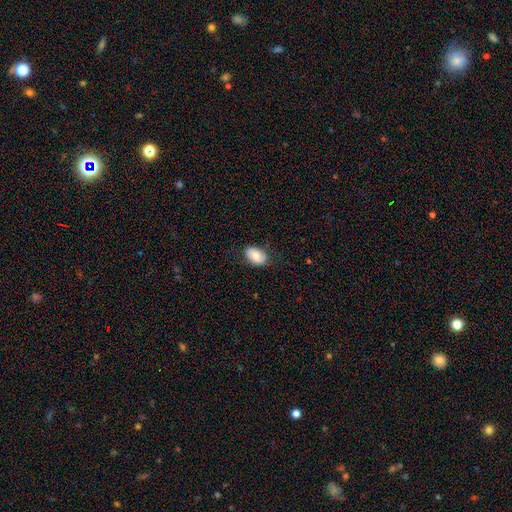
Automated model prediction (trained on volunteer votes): Morphology: type=smooth (80%); roundness=in between (88%); merging=none (81%).